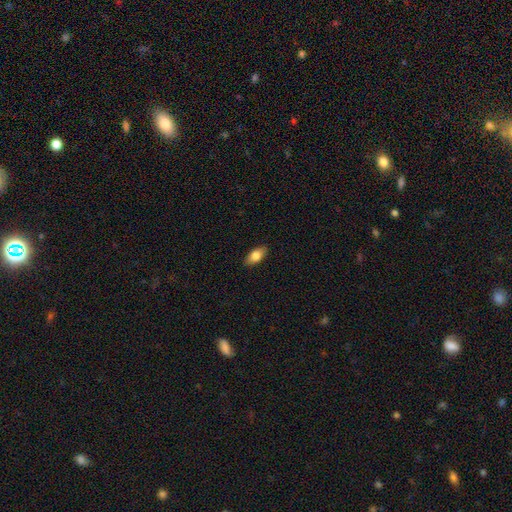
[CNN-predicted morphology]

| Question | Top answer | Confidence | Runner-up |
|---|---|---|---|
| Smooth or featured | smooth | 80% | featured or disk (14%) |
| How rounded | in between | 89% | cigar-shaped (8%) |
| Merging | none | 89% | minor disturbance (9%) |